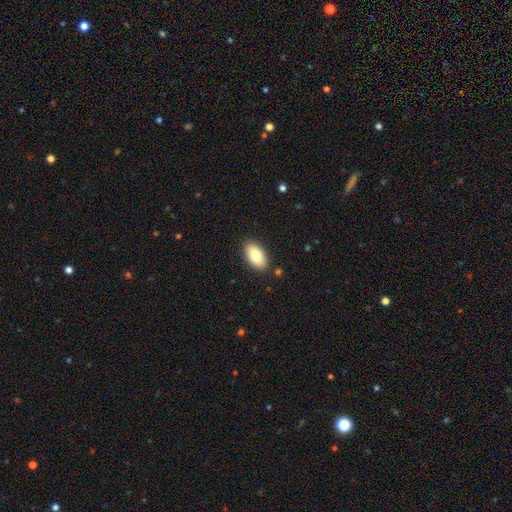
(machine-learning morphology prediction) smooth_or_featured: smooth (p=0.82) [alt: featured or disk p=0.12]
how_rounded: in between (p=0.94) [alt: round p=0.03]
merging: none (p=0.88) [alt: minor disturbance p=0.09]